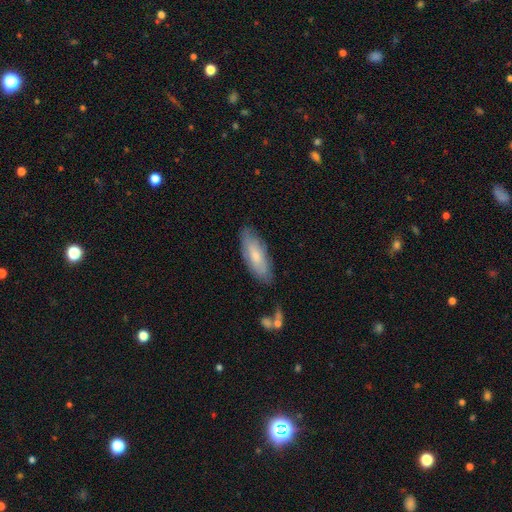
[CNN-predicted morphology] smooth_or_featured: smooth (p=0.62) [alt: featured or disk p=0.31]
how_rounded: in between (p=0.71) [alt: cigar-shaped p=0.27]
merging: none (p=0.76) [alt: minor disturbance p=0.18]